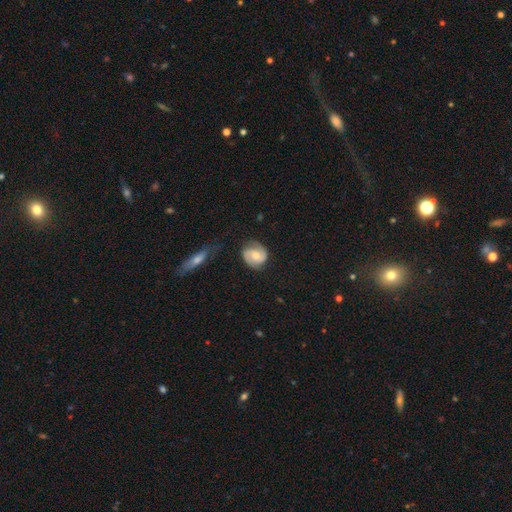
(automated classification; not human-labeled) Smooth or featured? featured or disk (66%)
Edge-on disk? no (97%)
Bar? no (47%)
Spiral arms? yes (93%)
Spiral winding? medium (44%)
Spiral arm count? 2 (86%)
Bulge size? moderate (56%)
Merging? none (72%)